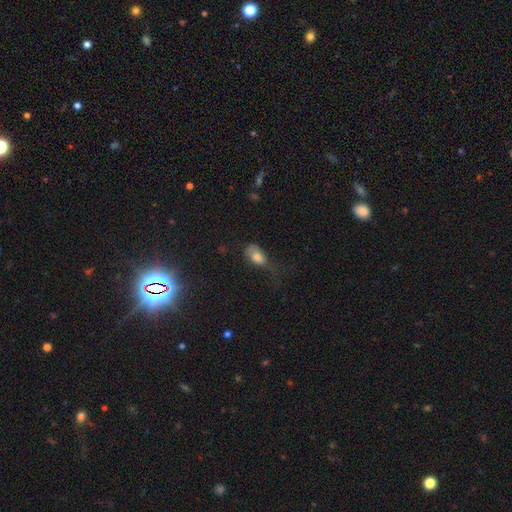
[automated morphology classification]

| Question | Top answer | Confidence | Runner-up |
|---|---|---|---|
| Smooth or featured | smooth | 66% | featured or disk (17%) |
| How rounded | in between | 84% | round (11%) |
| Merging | none | 33% | tied: major disturbance (33%) |